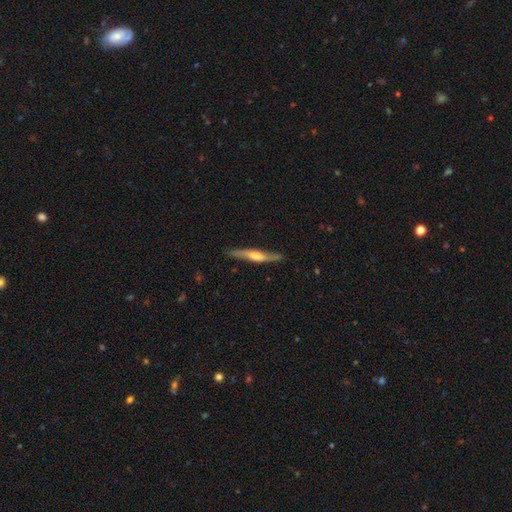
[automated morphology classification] A featured or disk galaxy (61%) viewed edge-on (90%) with a rounded central bulge (72%). Merging: none (83%).